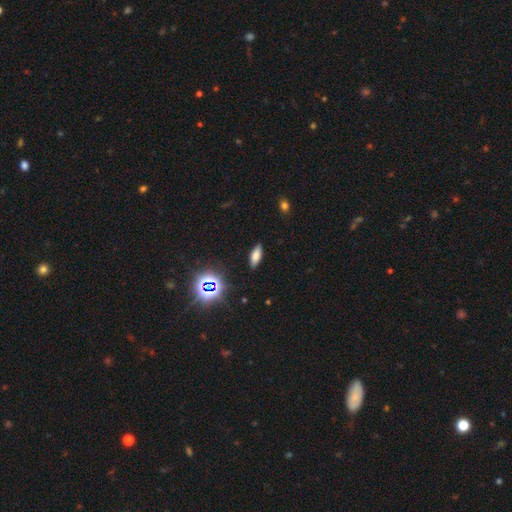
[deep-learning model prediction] This appears to be a smooth galaxy with no disk features (72%) that is in between round and cigar-shaped (75%). Merging: none (88%).